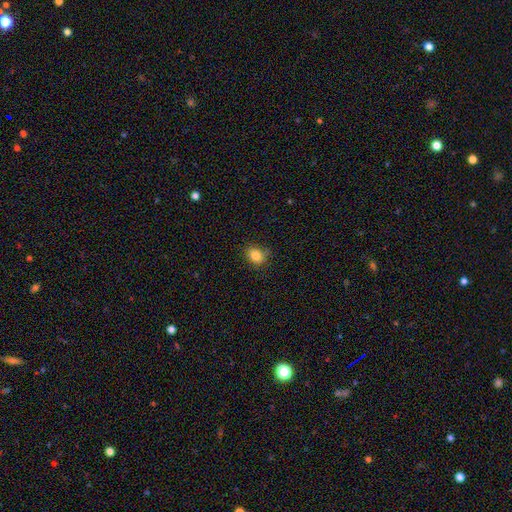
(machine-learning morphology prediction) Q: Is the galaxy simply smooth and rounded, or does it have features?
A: smooth — 84%.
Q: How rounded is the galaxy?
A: round — 50%.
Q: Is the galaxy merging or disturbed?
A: none — 76%.